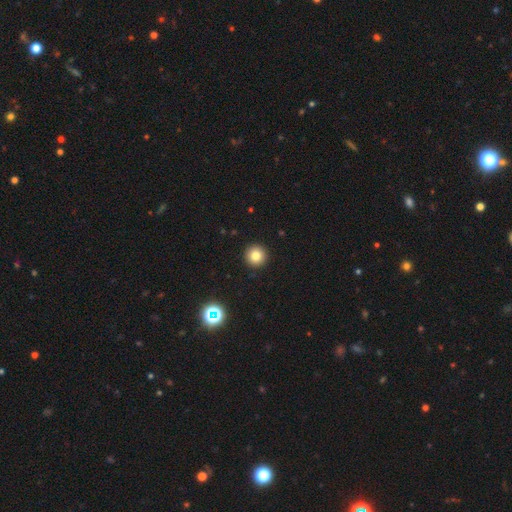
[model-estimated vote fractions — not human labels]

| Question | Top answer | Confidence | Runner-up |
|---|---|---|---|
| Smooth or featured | smooth | 81% | star or artifact (12%) |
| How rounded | round | 96% | in between (3%) |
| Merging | none | 93% | minor disturbance (4%) |